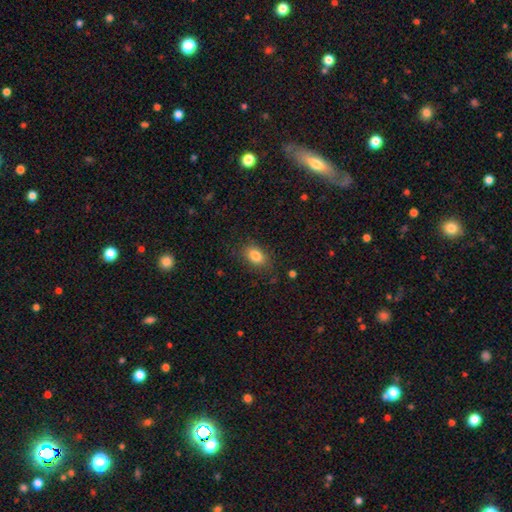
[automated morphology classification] type=smooth (84%); roundness=in between (82%); merging=none (82%).